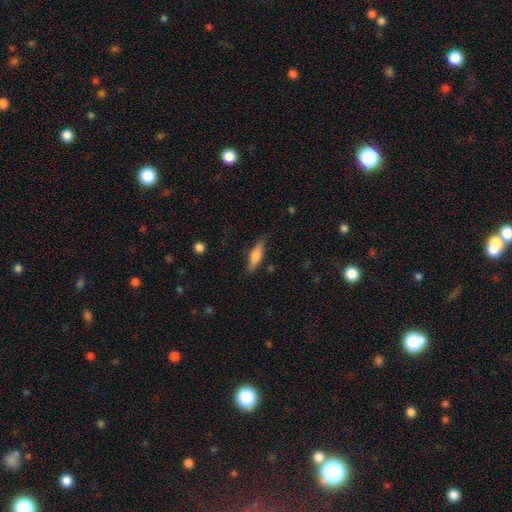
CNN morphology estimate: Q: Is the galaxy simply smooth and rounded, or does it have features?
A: smooth — 61%.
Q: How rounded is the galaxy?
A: cigar-shaped — 60%.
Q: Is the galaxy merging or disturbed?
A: none — 82%.